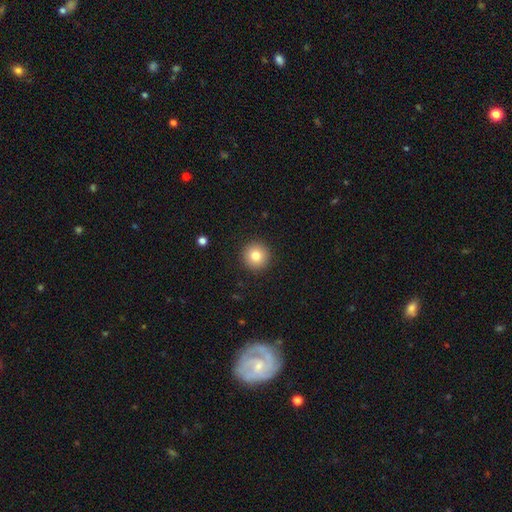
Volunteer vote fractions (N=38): smooth_or_featured: smooth (p=0.89) [alt: featured or disk p=0.11]
how_rounded: round (p=1.00)
merging: none (p=1.00)